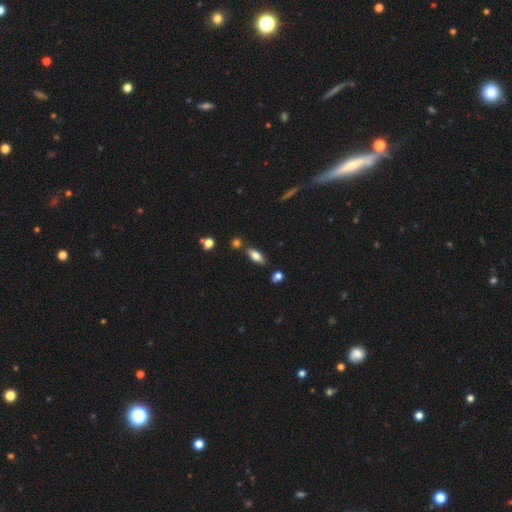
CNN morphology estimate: Q: Smooth or featured?
A: smooth (67%); runner-up: featured or disk (25%)
Q: How rounded?
A: in between (66%); runner-up: cigar-shaped (31%)
Q: Merging?
A: none (76%); runner-up: minor disturbance (12%)